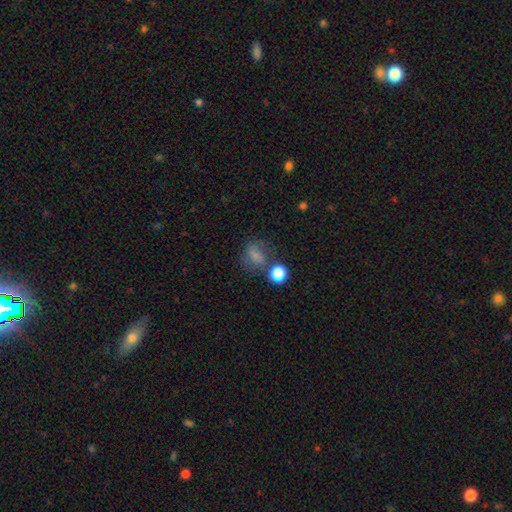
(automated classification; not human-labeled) Overall: smooth (72%). How rounded: round (57%; in between 41%). Merging: none (51%; minor disturbance 21%).